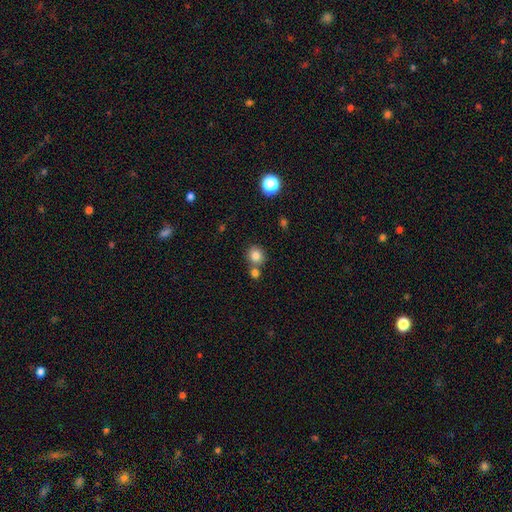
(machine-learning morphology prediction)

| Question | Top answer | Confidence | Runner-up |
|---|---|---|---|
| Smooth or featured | smooth | 83% | star or artifact (11%) |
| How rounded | round | 86% | in between (13%) |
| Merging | none | 63% | merger (25%) |